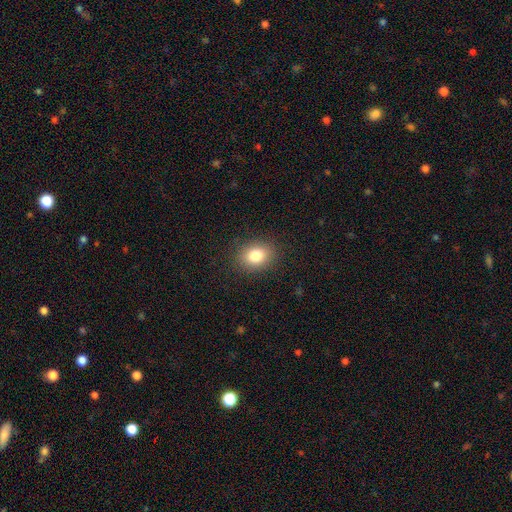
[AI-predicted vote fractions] The model was most divided on "how rounded": in between: 54%, round: 45%, cigar-shaped: 1%. More confident: merging — none (88%); smooth or featured — smooth (82%).